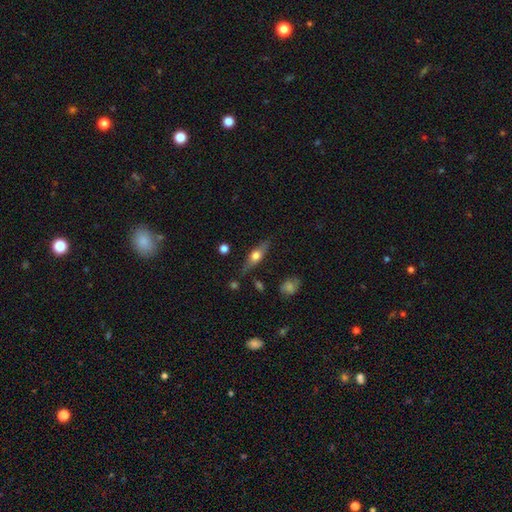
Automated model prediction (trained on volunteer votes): This is possibly a featured or disk galaxy (49%). Merging: likely none (79%).